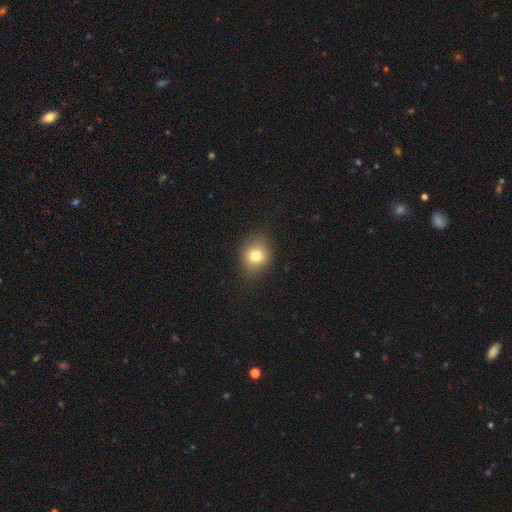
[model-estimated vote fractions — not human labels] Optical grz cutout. It shows a smooth galaxy with no disk features (78%) that is round (64%). Merging: none (82%).